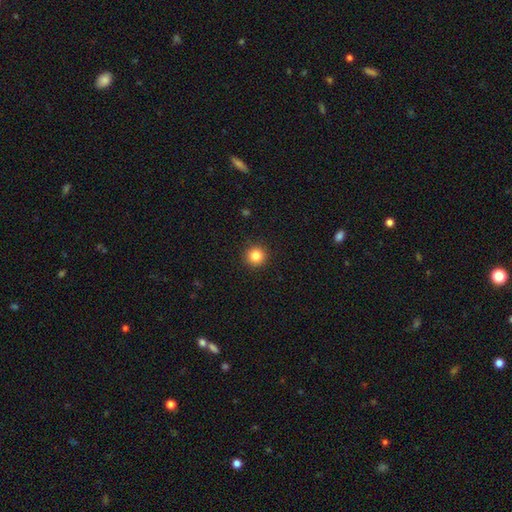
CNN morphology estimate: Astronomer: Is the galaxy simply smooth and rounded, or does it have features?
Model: smooth — 84%.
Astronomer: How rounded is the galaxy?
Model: round — 96%.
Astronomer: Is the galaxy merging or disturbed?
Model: none — 93%.